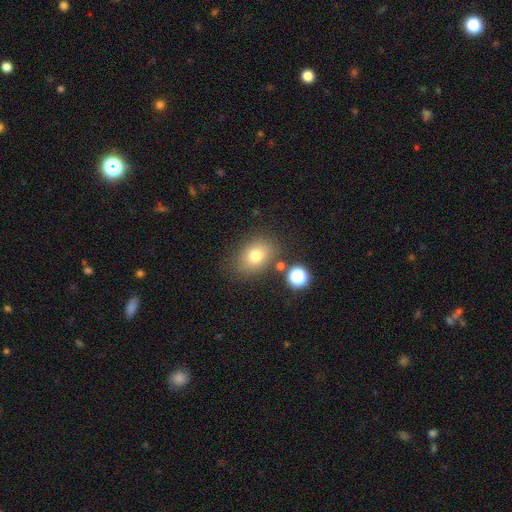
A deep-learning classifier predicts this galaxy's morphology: Q: Smooth or featured?
A: smooth (75%); runner-up: star or artifact (13%)
Q: How rounded?
A: in between (67%); runner-up: round (32%)
Q: Merging?
A: none (77%); runner-up: minor disturbance (13%)